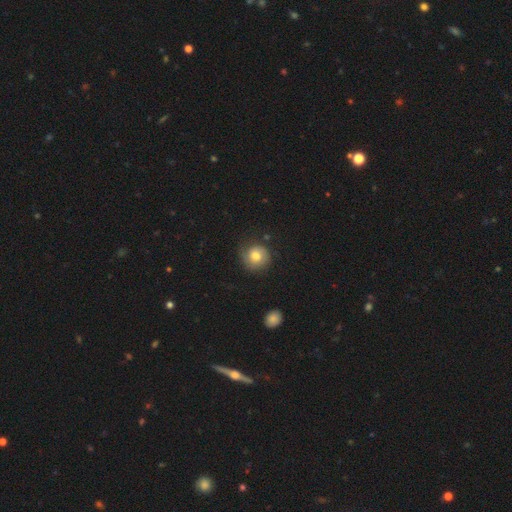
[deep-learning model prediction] This is likely a smooth galaxy (63%). How rounded: clearly round (88%). Merging: likely none (69%).